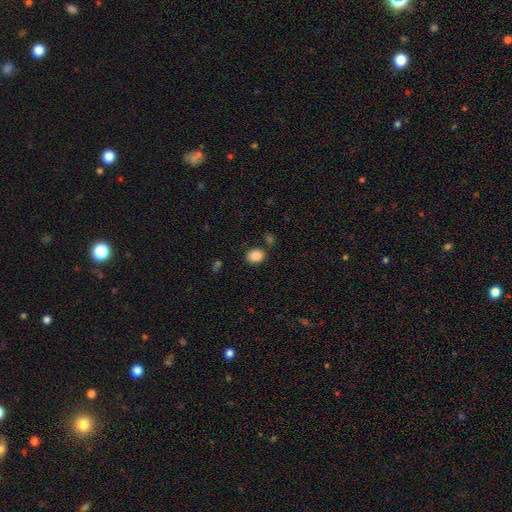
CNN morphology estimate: Smooth or featured?
  - smooth: 87% *
  - star or artifact: 9%
  - featured or disk: 4%
How rounded?
  - round: 51% *
  - in between: 48%
  - cigar-shaped: 1%
Merging?
  - none: 79% *
  - minor disturbance: 11%
  - merger: 7%
  - major disturbance: 3%